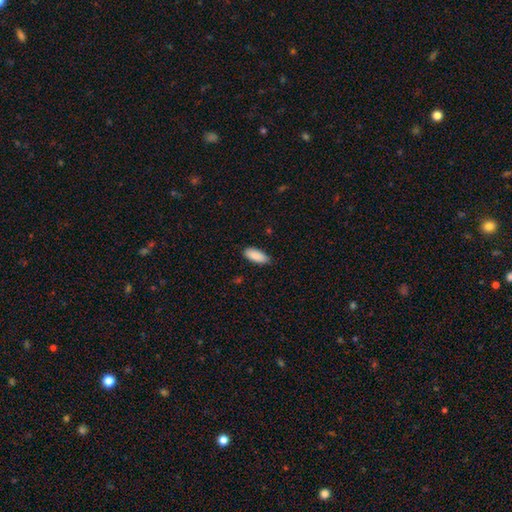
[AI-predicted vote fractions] Smooth or featured?
  - smooth: 90% *
  - star or artifact: 6%
  - featured or disk: 4%
How rounded?
  - in between: 83% *
  - cigar-shaped: 15%
  - round: 2%
Merging?
  - none: 84% *
  - minor disturbance: 12%
  - major disturbance: 2%
  - merger: 1%